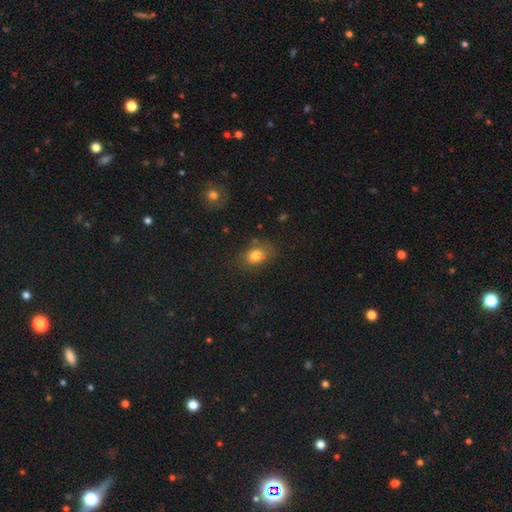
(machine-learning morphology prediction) The model was most divided on "merging": none: 64%, minor disturbance: 22%, major disturbance: 8%, merger: 7%. More confident: smooth or featured — smooth (78%); how rounded — in between (71%).